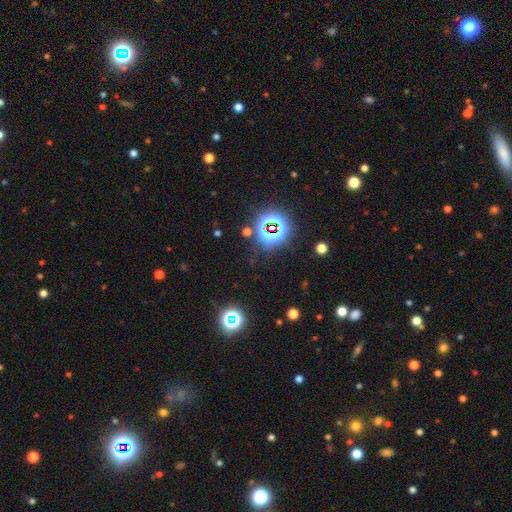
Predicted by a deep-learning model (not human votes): star or artifact 79%, smooth 13%, featured or disk 8%.